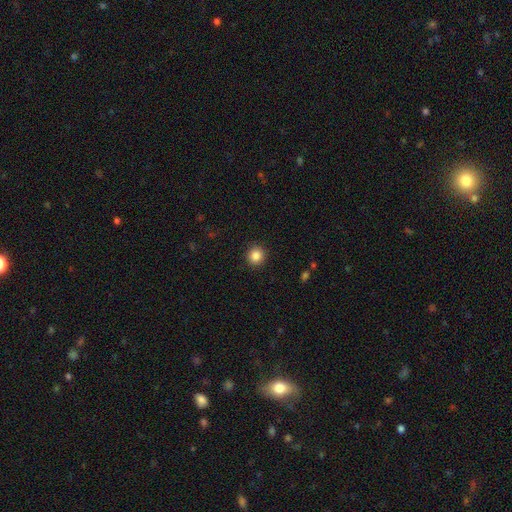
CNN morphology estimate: A smooth galaxy with no disk features (86%) that is round (91%).

Vote fractions:
- Smooth or featured? smooth: 86% / star or artifact: 10% / featured or disk: 4%
- How rounded? round: 91% / in between: 8% / cigar-shaped: 1%
- Merging? none: 92% / minor disturbance: 5% / major disturbance: 2% / merger: 1%